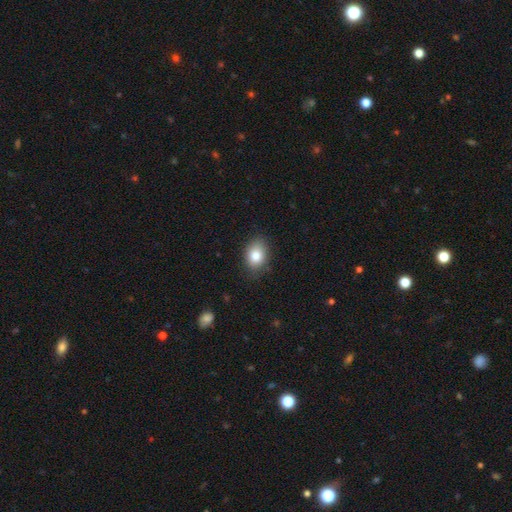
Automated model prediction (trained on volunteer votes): smooth 82%, featured or disk 9%, star or artifact 9%. Down the decision tree: how rounded — in between (74%); merging — none (81%).